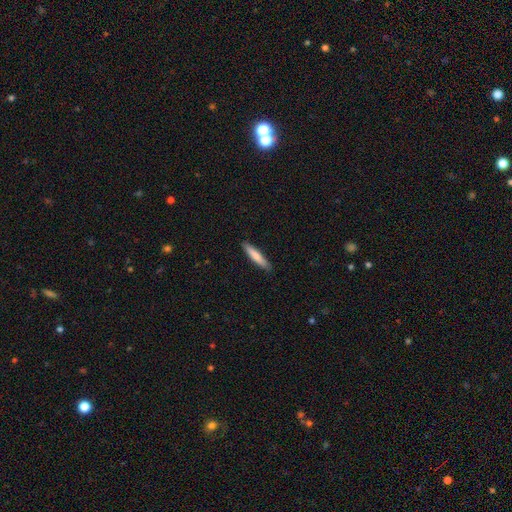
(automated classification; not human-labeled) Smooth or featured: smooth — 77% (featured or disk — 17%)
How rounded: cigar-shaped — 89% (in between — 10%)
Merging: none — 90% (minor disturbance — 8%)